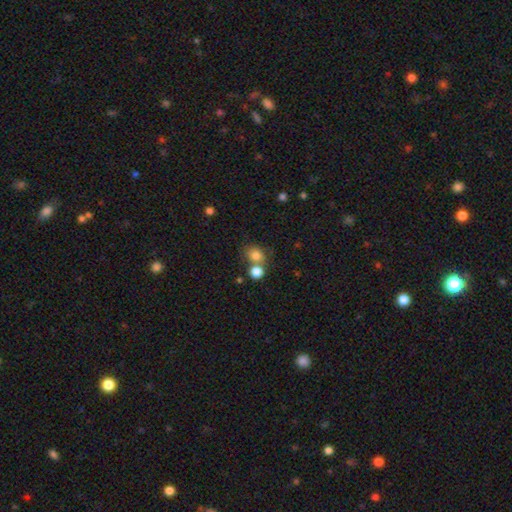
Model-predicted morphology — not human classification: Smooth or featured?
  - smooth: 79% *
  - star or artifact: 12%
  - featured or disk: 8%
How rounded?
  - round: 69% *
  - in between: 30%
  - cigar-shaped: 1%
Merging?
  - none: 53% *
  - merger: 33%
  - minor disturbance: 10%
  - major disturbance: 4%